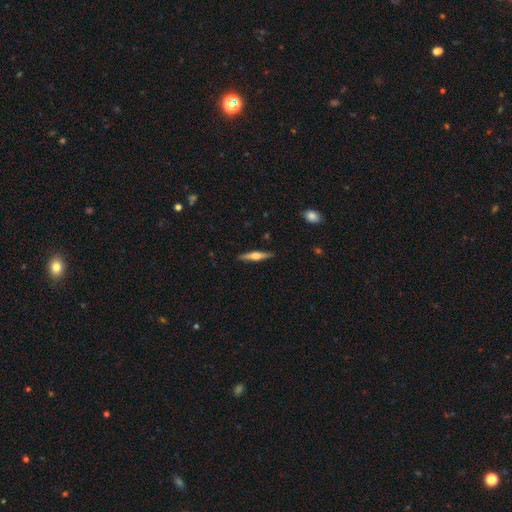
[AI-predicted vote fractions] This appears to be a featured or disk galaxy (61%) viewed edge-on (97%) with a rounded central bulge (86%). Merging: none (90%).